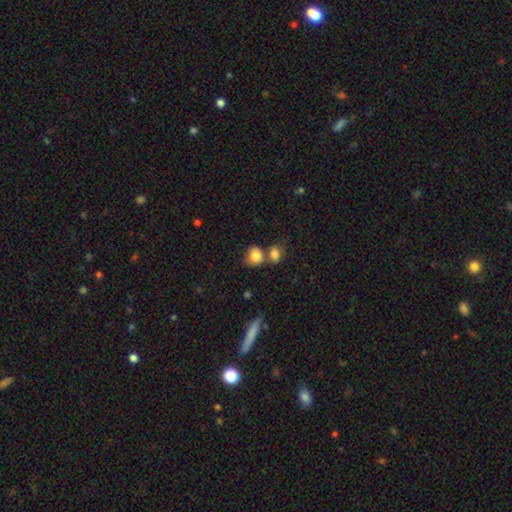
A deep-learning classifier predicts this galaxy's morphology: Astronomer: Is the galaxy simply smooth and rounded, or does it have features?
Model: smooth — 84%.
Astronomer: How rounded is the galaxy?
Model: round — 63%.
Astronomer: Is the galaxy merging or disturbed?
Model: none — 43% (runner-up: merger, 42%).